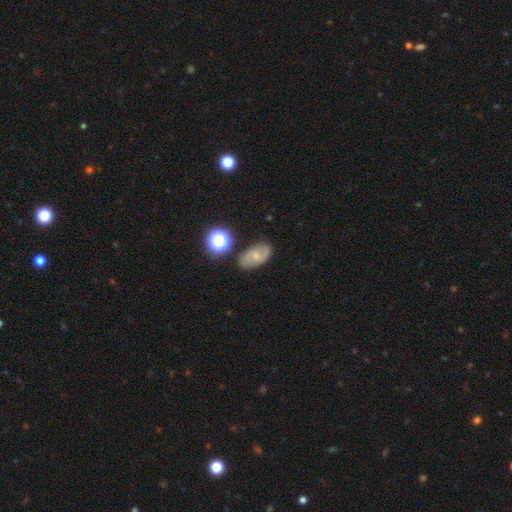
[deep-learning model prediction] A featured or disk galaxy (46%).

Vote fractions:
- Smooth or featured? featured or disk: 46% / smooth: 41% / star or artifact: 13%
- Merging? none: 77% / minor disturbance: 16% / major disturbance: 4% / merger: 4%